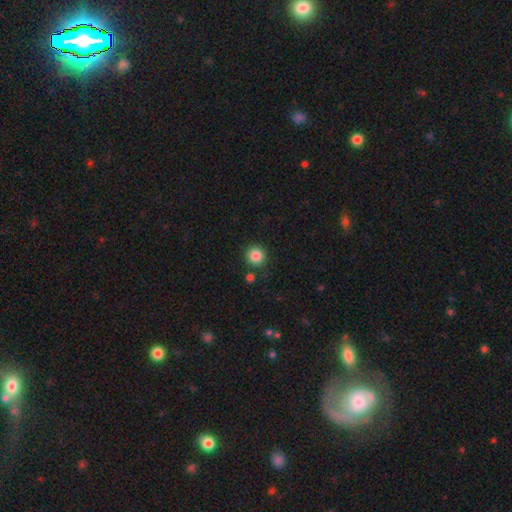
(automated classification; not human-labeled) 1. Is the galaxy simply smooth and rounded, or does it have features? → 86% smooth, 10% star or artifact, 4% featured or disk.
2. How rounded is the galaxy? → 94% round, 5% in between, 1% cigar-shaped.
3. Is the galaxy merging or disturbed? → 87% none, 7% minor disturbance, 4% merger, 2% major disturbance.